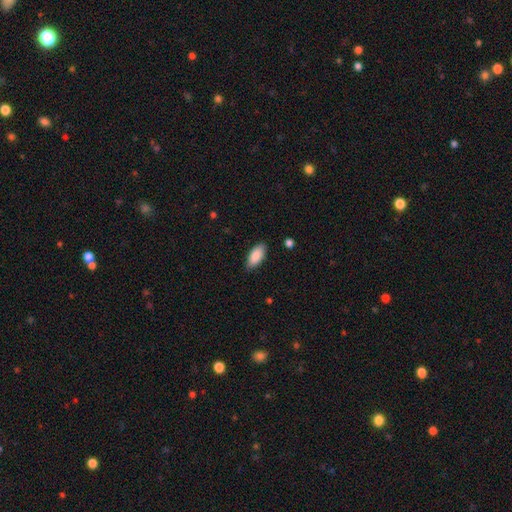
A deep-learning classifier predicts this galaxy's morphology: Smooth or featured? Predicted: smooth (p=0.88). How rounded? Predicted: in between (p=0.89). Merging? Predicted: none (p=0.84).